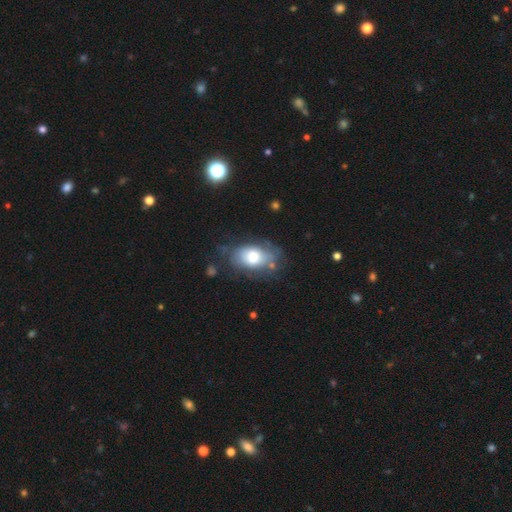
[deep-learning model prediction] smooth-or-featured: smooth: 62% | featured or disk: 30% | star or artifact: 8%
  how-rounded: in between: 88% | round: 10% | cigar-shaped: 2%
  merging: none: 52% | minor disturbance: 28% | major disturbance: 16% | merger: 5%